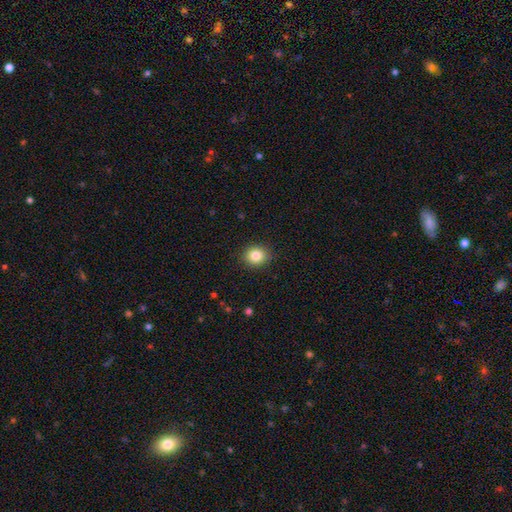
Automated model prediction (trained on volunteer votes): This appears to be a smooth galaxy with no disk features (84%) that is round (73%). Merging: none (90%).